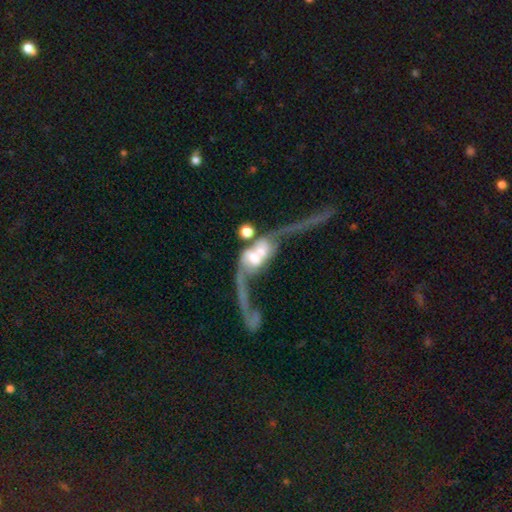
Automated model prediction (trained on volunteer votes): A featured or disk galaxy (69%) with no bar (63%), spiral arms (64%) and a moderate central bulge (41%). Merging: merger (64%).